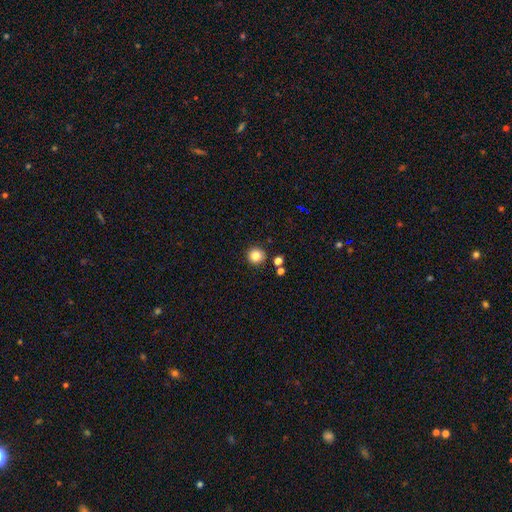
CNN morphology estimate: This appears to be a smooth galaxy with no disk features (83%) that is round (94%). Merging: none (88%).